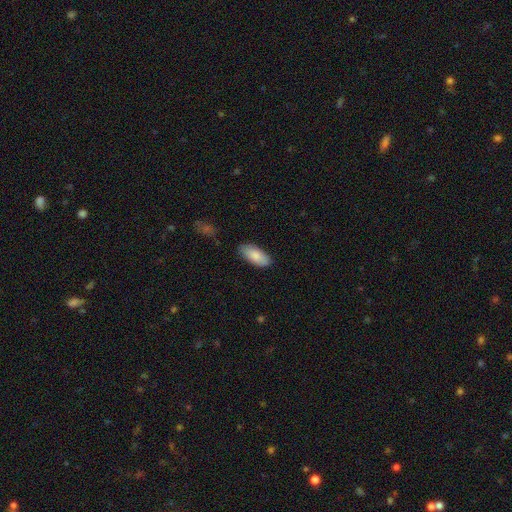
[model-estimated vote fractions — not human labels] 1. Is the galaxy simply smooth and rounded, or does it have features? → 84% smooth, 10% featured or disk, 6% star or artifact.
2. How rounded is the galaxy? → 90% in between, 8% cigar-shaped, 2% round.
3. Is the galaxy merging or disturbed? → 84% none, 12% minor disturbance, 2% major disturbance, 1% merger.